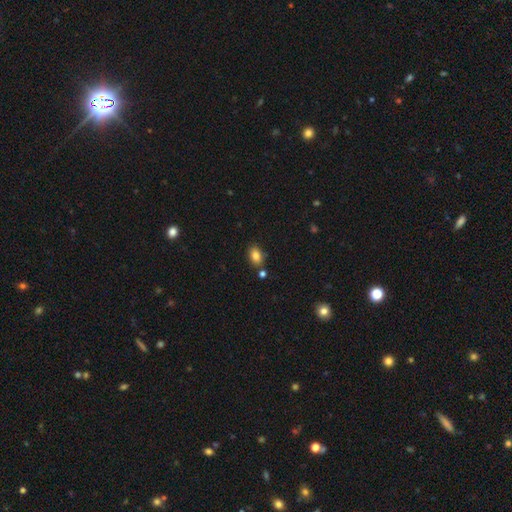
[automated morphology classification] The model was most divided on "how rounded": in between: 81%, round: 18%, cigar-shaped: 1%. More confident: smooth or featured — smooth (83%); merging — none (78%).